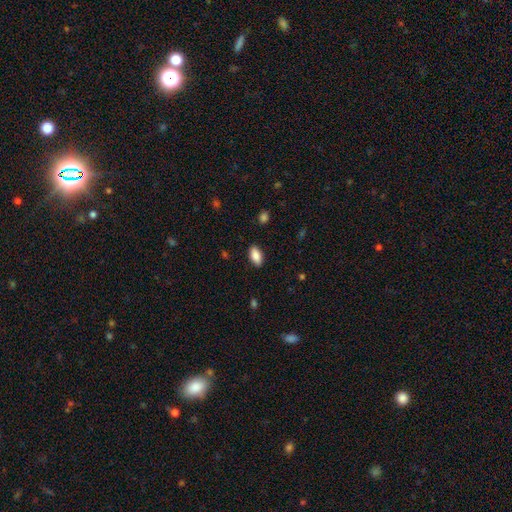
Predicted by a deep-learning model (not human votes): The model was most divided on "merging": none: 88%, minor disturbance: 9%, major disturbance: 2%, merger: 1%. More confident: how rounded — in between (91%); smooth or featured — smooth (87%).